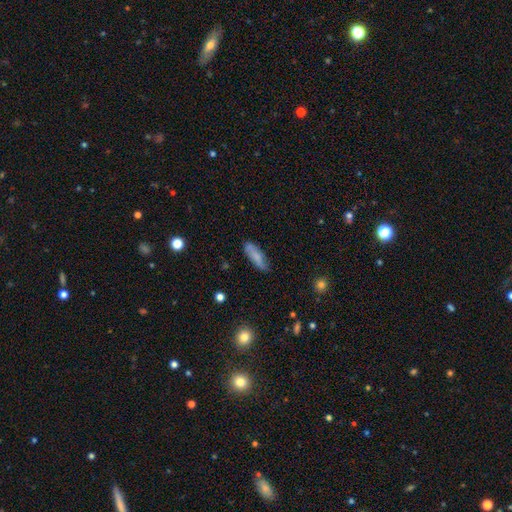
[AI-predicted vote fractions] smooth_or_featured: smooth (p=0.74) [alt: featured or disk p=0.18]
how_rounded: cigar-shaped (p=0.51) [alt: in between p=0.47]
merging: none (p=0.73) [alt: minor disturbance p=0.20]